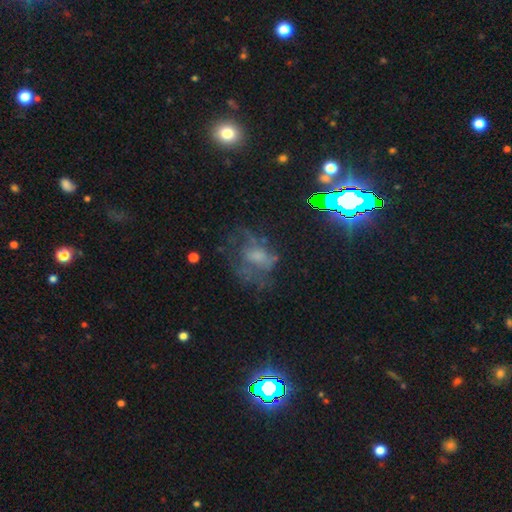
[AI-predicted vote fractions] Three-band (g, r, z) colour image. It shows a featured or disk galaxy (50%). Merging: none (55%).